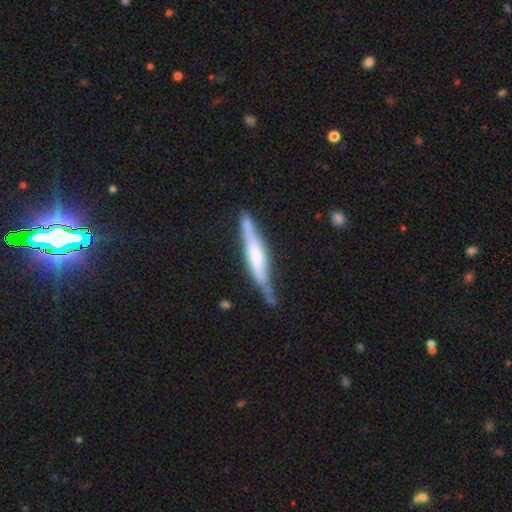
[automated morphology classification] Smooth or featured? Predicted: featured or disk (p=0.60). Edge-on disk? Predicted: yes (p=0.92). Edge-on bulge? Predicted: rounded (p=0.45). Merging? Predicted: none (p=0.69).